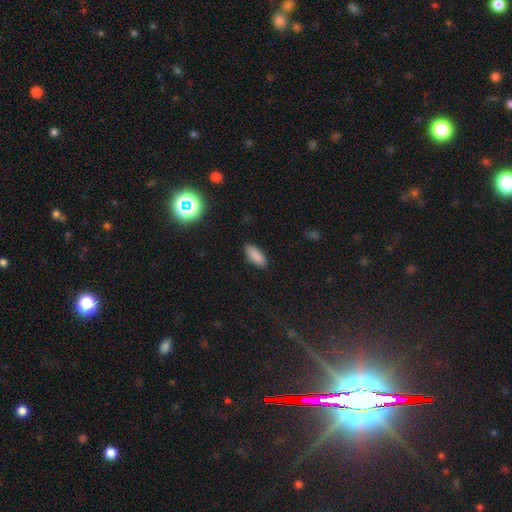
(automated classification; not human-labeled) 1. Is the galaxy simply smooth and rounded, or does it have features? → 87% smooth, 8% star or artifact, 5% featured or disk.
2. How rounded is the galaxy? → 66% in between, 32% cigar-shaped, 2% round.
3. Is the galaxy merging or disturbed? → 88% none, 9% minor disturbance, 2% major disturbance, 1% merger.